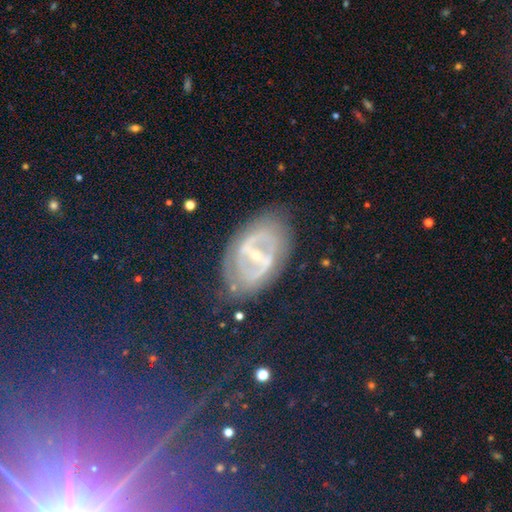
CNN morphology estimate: This is likely a featured or disk galaxy (72%). It is clearly not viewed edge-on (92%). Bar: possibly strong (46%). Spiral arm pattern: likely yes (63%). Central bulge: likely small (68%). Merging: likely none (72%).